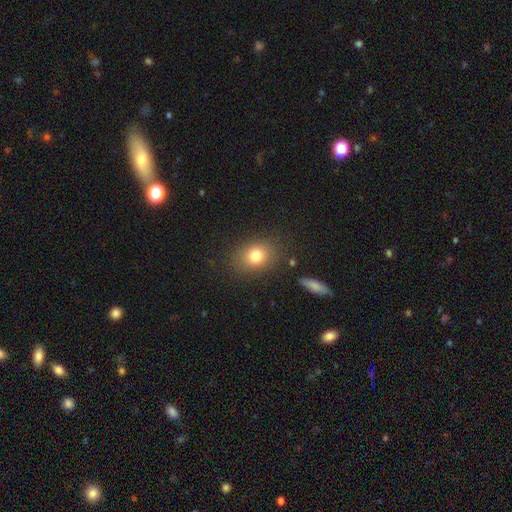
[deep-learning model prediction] smooth 79%, star or artifact 11%, featured or disk 10%. Down the decision tree: how rounded — in between (59%); merging — none (82%).